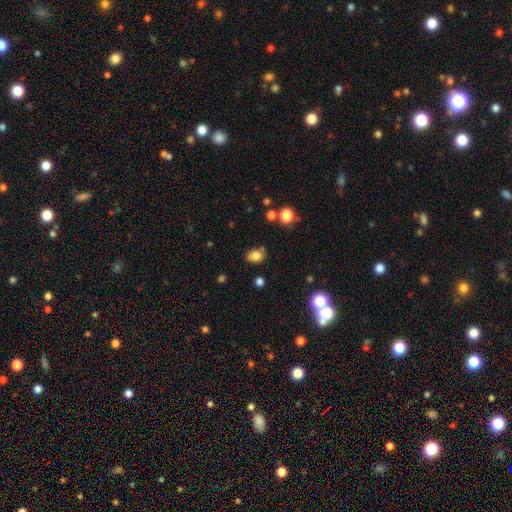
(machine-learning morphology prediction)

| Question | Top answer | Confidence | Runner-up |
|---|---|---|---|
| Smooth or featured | smooth | 79% | star or artifact (12%) |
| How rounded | in between | 69% | round (30%) |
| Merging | none | 70% | minor disturbance (19%) |